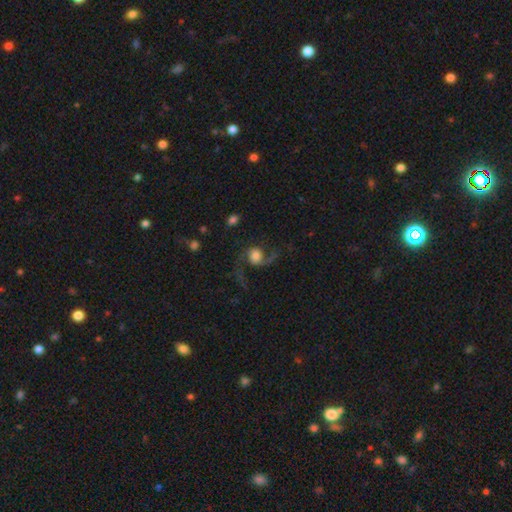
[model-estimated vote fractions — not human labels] A featured or disk galaxy (71%) with no bar (71%), 2 (79%) loose (72%) spiral arms (93%) and a large central bulge (38%). Merging: none (54%).